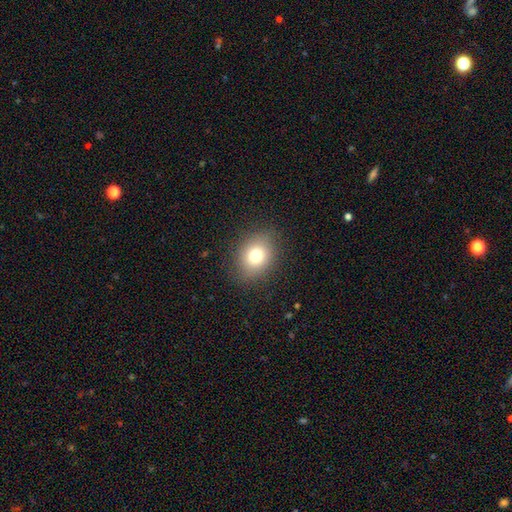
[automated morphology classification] smooth-or-featured: smooth: 77% | star or artifact: 12% | featured or disk: 11%
  how-rounded: in between: 50% | round: 49% | cigar-shaped: 1%
  merging: none: 85% | minor disturbance: 10% | major disturbance: 4% | merger: 1%